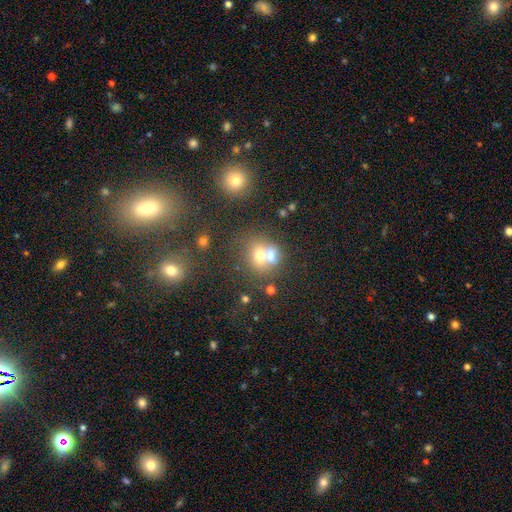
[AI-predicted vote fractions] smooth_or_featured: smooth (p=0.60) [alt: star or artifact p=0.23]
how_rounded: round (p=0.75) [alt: in between p=0.24]
merging: merger (p=0.46) [alt: none p=0.41]